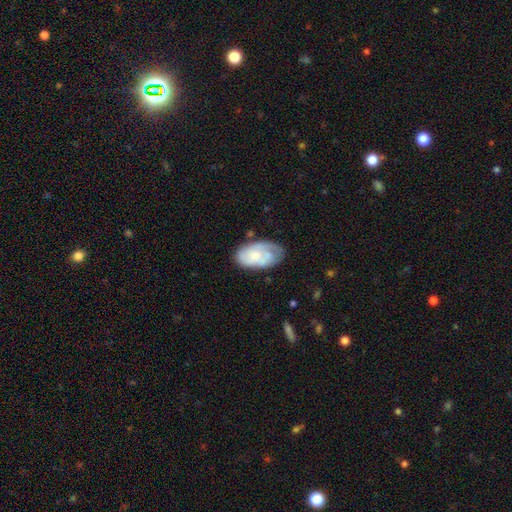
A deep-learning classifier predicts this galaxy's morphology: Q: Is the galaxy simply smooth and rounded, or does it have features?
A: featured or disk — 51%.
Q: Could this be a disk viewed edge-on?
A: no — 96%.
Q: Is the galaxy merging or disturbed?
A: none — 58%.